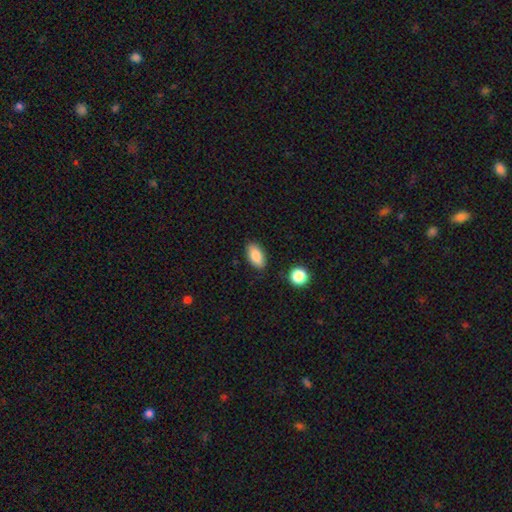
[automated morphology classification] A smooth galaxy with no disk features (86%) that is in between round and cigar-shaped (91%).

Vote fractions:
- Smooth or featured? smooth: 86% / star or artifact: 7% / featured or disk: 7%
- How rounded? in between: 91% / cigar-shaped: 5% / round: 4%
- Merging? none: 85% / minor disturbance: 10% / merger: 2% / major disturbance: 2%